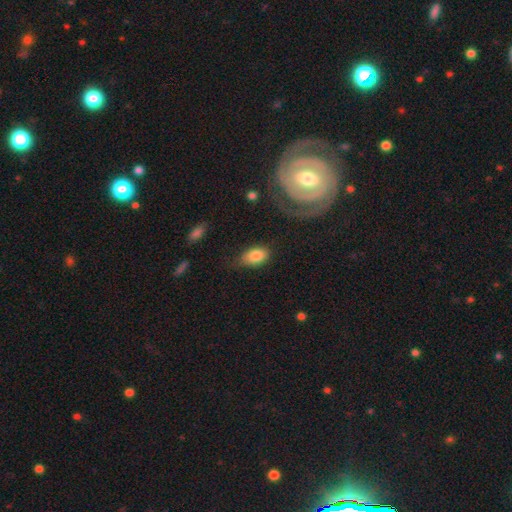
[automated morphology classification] The model was most divided on "merging": none: 60%, minor disturbance: 26%, major disturbance: 11%, merger: 3%. More confident: how rounded — in between (90%); smooth or featured — smooth (82%).